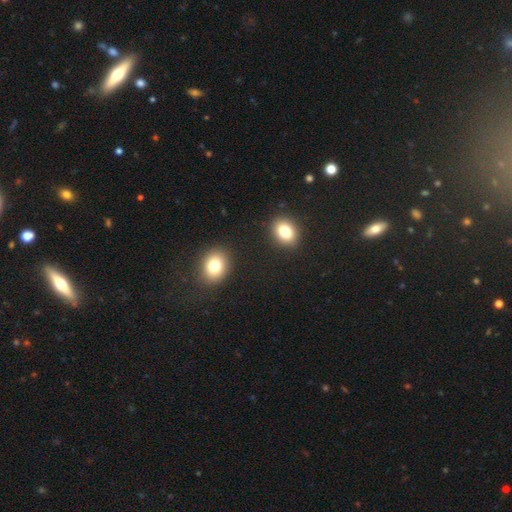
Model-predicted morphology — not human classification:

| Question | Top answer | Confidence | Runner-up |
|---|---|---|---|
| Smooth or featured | smooth | 53% | star or artifact (39%) |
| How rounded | round | 75% | in between (22%) |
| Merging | none | 84% | minor disturbance (8%) |